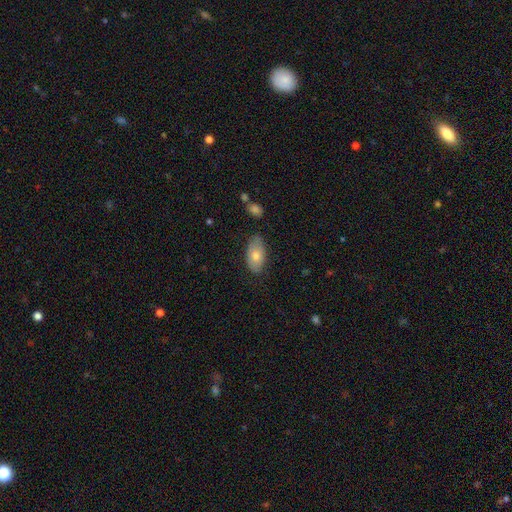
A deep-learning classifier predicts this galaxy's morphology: A smooth galaxy with no disk features (70%) that is in between round and cigar-shaped (93%). Merging: none (75%).